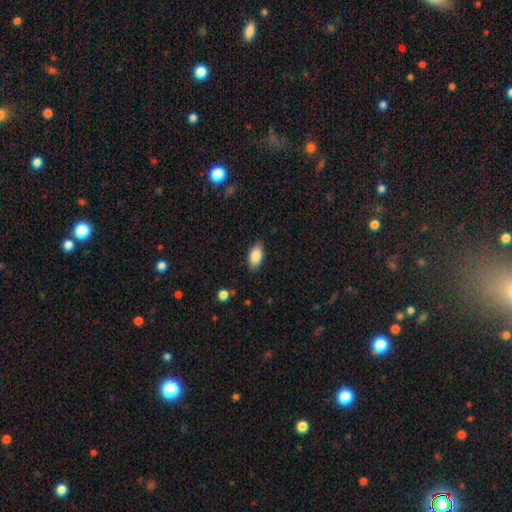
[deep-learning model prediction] smooth_or_featured: smooth (p=0.85) [alt: featured or disk p=0.09]
how_rounded: in between (p=0.92) [alt: cigar-shaped p=0.05]
merging: none (p=0.85) [alt: minor disturbance p=0.11]